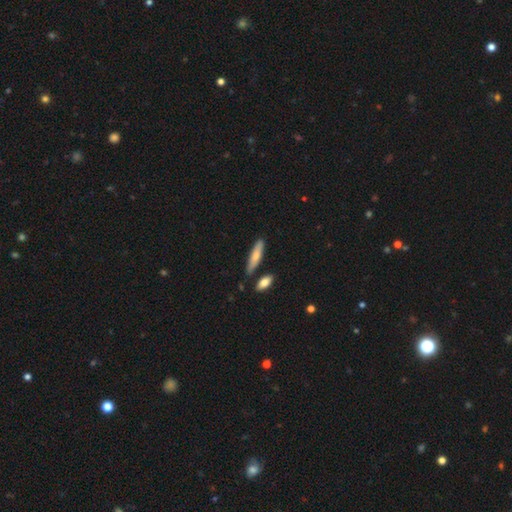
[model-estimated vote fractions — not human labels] smooth_or_featured: smooth (p=0.73) [alt: featured or disk p=0.21]
how_rounded: cigar-shaped (p=0.75) [alt: in between p=0.23]
merging: none (p=0.79) [alt: minor disturbance p=0.12]